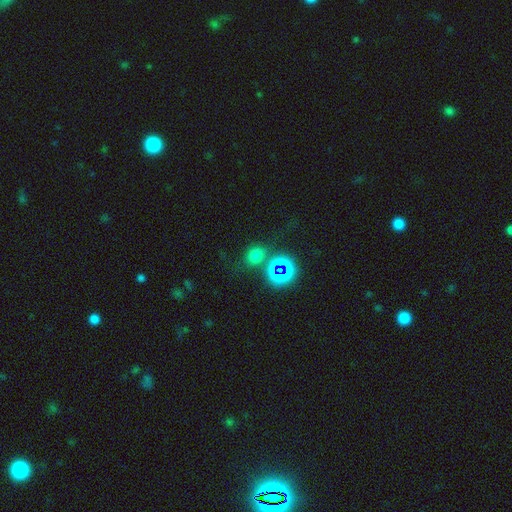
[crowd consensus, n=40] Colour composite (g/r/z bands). It shows a smooth galaxy with no disk features (78%) that is in between round and cigar-shaped (52%). Merging: none (60%).